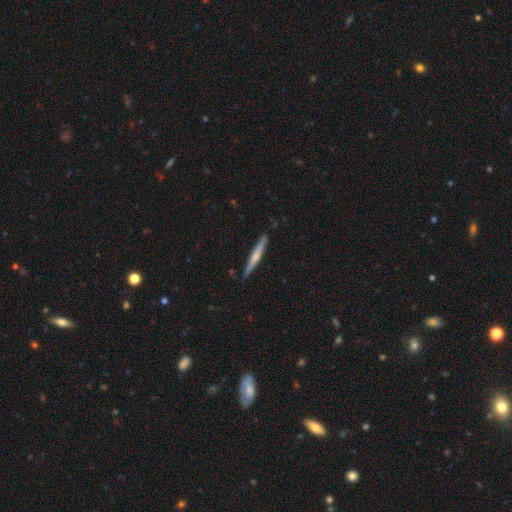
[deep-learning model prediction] This appears to be a featured or disk galaxy (50%). Merging: none (88%).